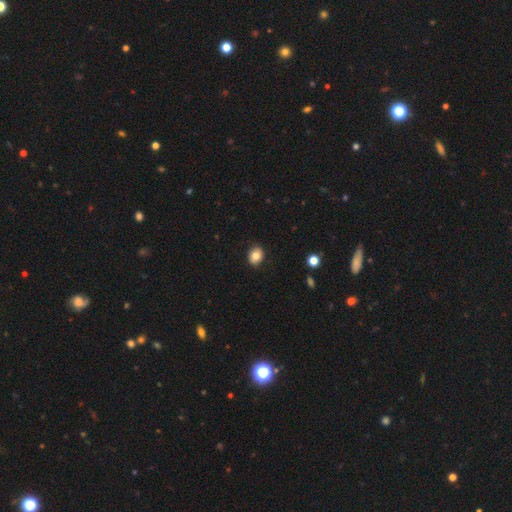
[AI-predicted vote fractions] A smooth galaxy with no disk features (82%) that is round (52%).

Vote fractions:
- Smooth or featured? smooth: 82% / star or artifact: 9% / featured or disk: 9%
- How rounded? round: 52% / in between: 47% / cigar-shaped: 1%
- Merging? none: 86% / minor disturbance: 10% / major disturbance: 2% / merger: 1%